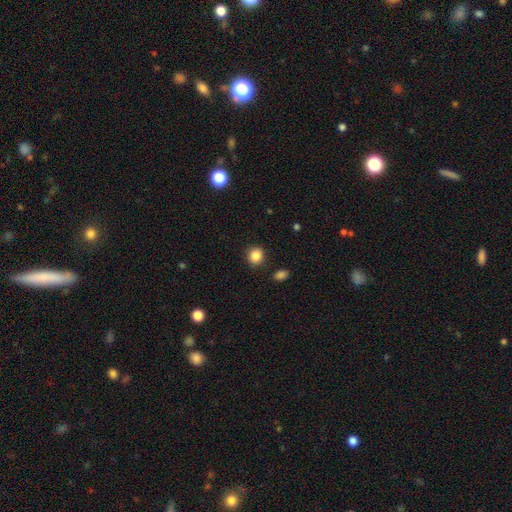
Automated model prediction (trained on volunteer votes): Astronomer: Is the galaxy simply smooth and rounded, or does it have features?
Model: smooth — 86%.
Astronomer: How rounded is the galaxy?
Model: round — 82%.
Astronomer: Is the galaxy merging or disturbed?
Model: none — 88%.